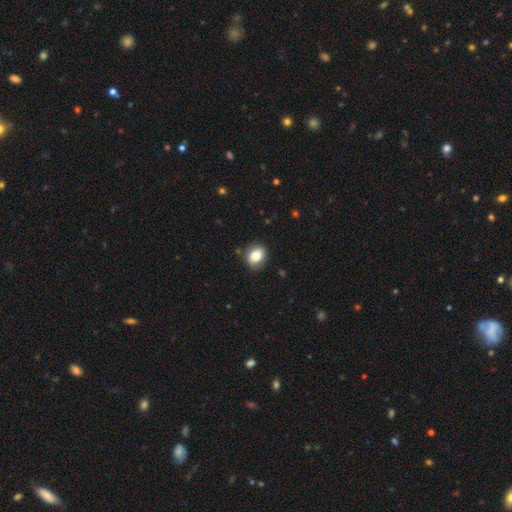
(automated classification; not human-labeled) Q: Smooth or featured?
A: smooth (81%); runner-up: featured or disk (11%)
Q: How rounded?
A: in between (50%); runner-up: round (49%)
Q: Merging?
A: none (82%); runner-up: minor disturbance (13%)